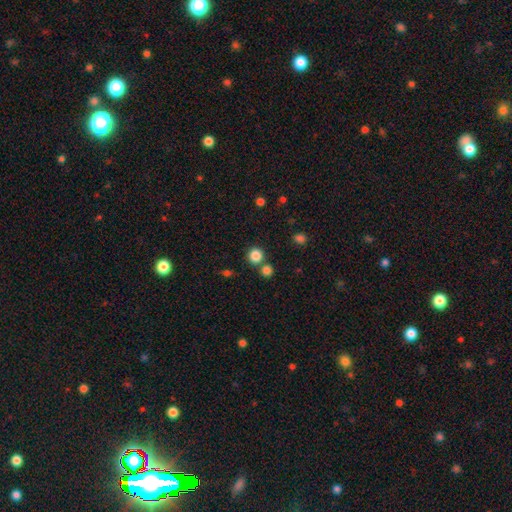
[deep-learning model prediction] This is clearly a smooth galaxy (84%). How rounded: clearly round (92%). Merging: likely none (74%).